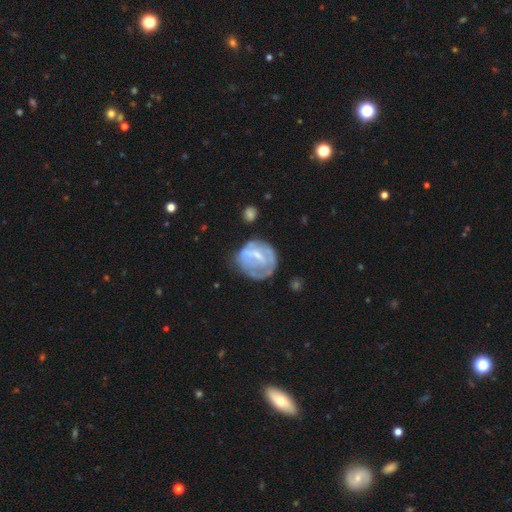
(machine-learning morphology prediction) Overall: featured or disk (57%; smooth 36%). Edge-on disk: no (97%). Bar: weak (46%; no 30%). Spiral arms: no (61%; yes 39%). Bulge size: small (48%; moderate 25%). Merging: none (47%; minor disturbance 26%).